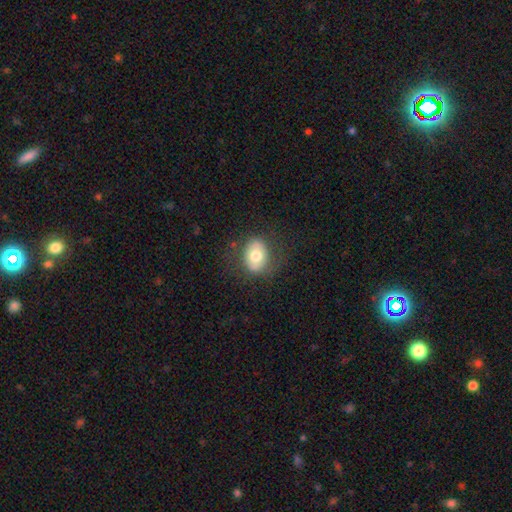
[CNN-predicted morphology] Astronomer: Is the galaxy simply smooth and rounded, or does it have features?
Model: smooth — 67%.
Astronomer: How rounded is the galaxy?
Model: in between — 61% (runner-up: round, 38%).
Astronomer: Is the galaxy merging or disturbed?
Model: none — 75%.